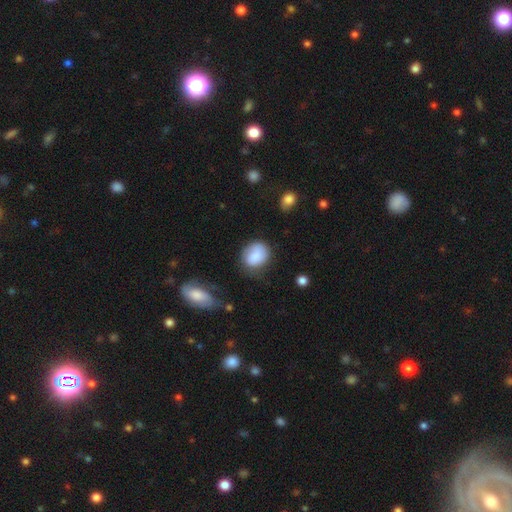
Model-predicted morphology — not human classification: Q: Smooth or featured?
A: smooth (77%); runner-up: featured or disk (15%)
Q: How rounded?
A: round (59%); runner-up: in between (40%)
Q: Merging?
A: none (62%); runner-up: minor disturbance (26%)